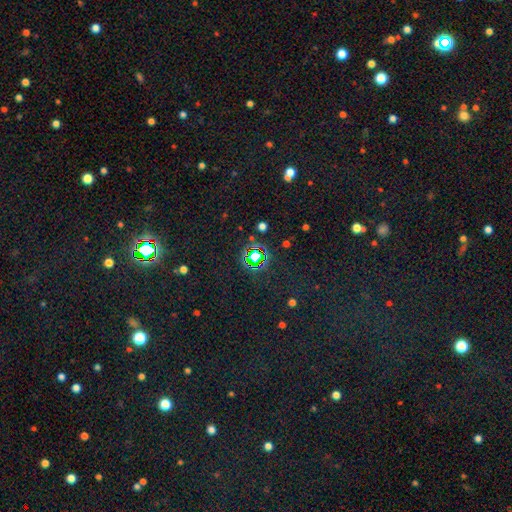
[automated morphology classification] A star or artifact, not a galaxy (71%).